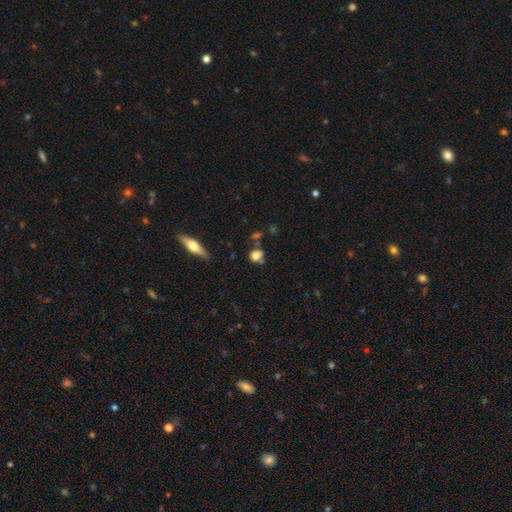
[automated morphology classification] smooth 75%, featured or disk 13%, star or artifact 12%. Down the decision tree: how rounded — round (75%); merging — none (63%).